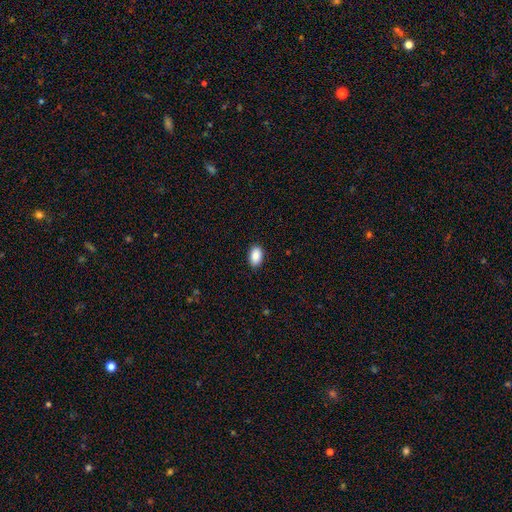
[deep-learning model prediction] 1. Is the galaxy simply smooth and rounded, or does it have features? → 90% smooth, 7% star or artifact, 3% featured or disk.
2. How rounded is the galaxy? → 92% in between, 7% round, 1% cigar-shaped.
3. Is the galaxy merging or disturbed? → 89% none, 8% minor disturbance, 2% major disturbance, 1% merger.